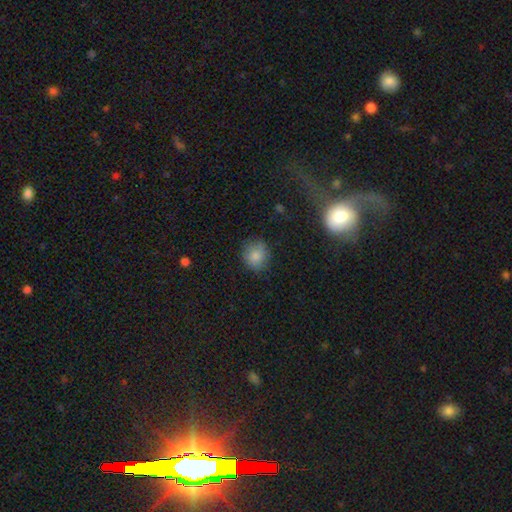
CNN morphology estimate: A smooth galaxy with no disk features (83%) that is round (79%).

Vote fractions:
- Smooth or featured? smooth: 83% / star or artifact: 10% / featured or disk: 7%
- How rounded? round: 79% / in between: 20% / cigar-shaped: 1%
- Merging? none: 81% / minor disturbance: 14% / major disturbance: 3% / merger: 1%